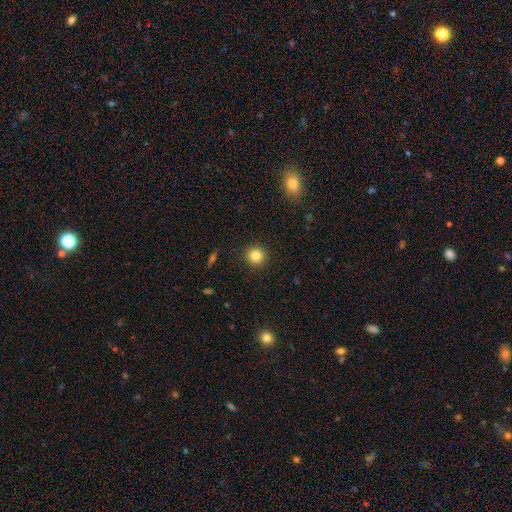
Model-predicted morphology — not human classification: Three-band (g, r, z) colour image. It shows a smooth galaxy with no disk features (84%) that is round (95%). Merging: none (92%).